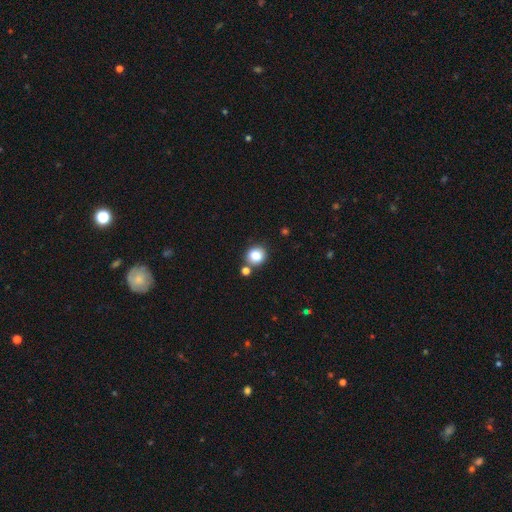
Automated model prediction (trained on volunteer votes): This appears to be a smooth galaxy with no disk features (84%) that is round (85%). Merging: none (76%).